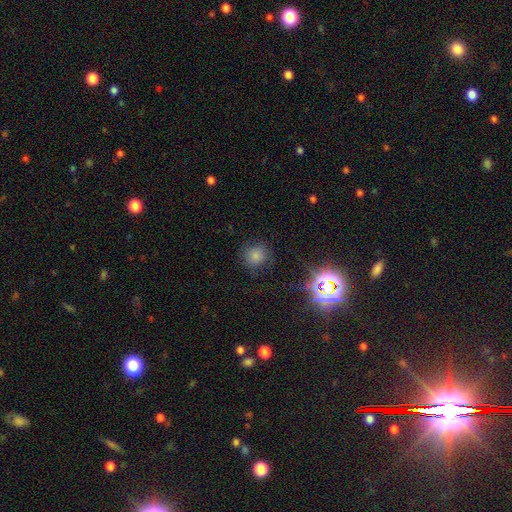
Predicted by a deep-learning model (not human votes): Morphology: type=smooth (74%); roundness=round (90%); merging=none (81%).